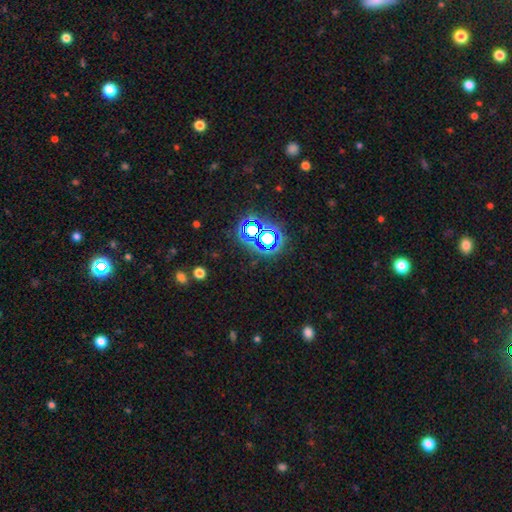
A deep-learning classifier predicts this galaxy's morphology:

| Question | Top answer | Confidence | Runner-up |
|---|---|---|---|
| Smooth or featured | star or artifact | 71% | smooth (21%) |